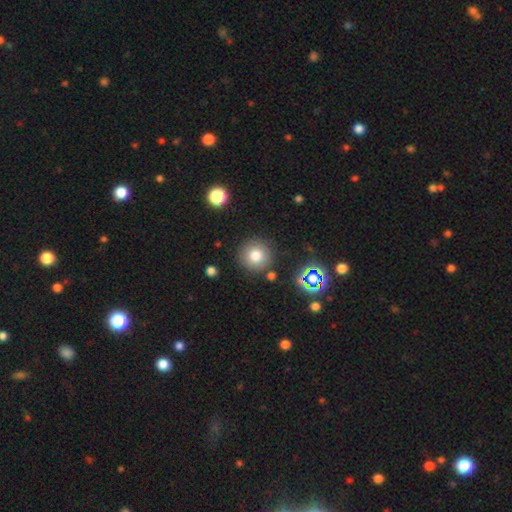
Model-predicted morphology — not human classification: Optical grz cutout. It shows a smooth galaxy with no disk features (77%) that is round (95%). Merging: none (86%).